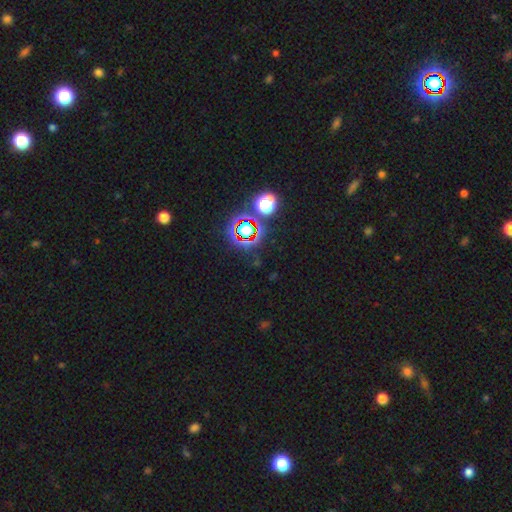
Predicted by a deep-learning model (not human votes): Overall: star or artifact (76%).